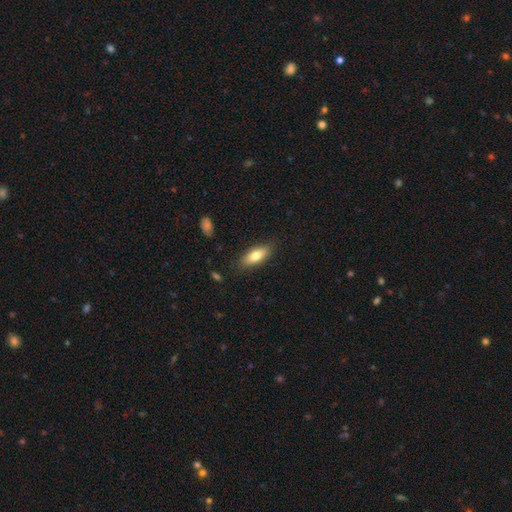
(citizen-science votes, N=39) smooth_or_featured: smooth (p=0.67) [alt: featured or disk p=0.28]
how_rounded: in between (p=0.88) [alt: cigar-shaped p=0.12]
merging: none (p=0.89) [alt: minor disturbance p=0.08]